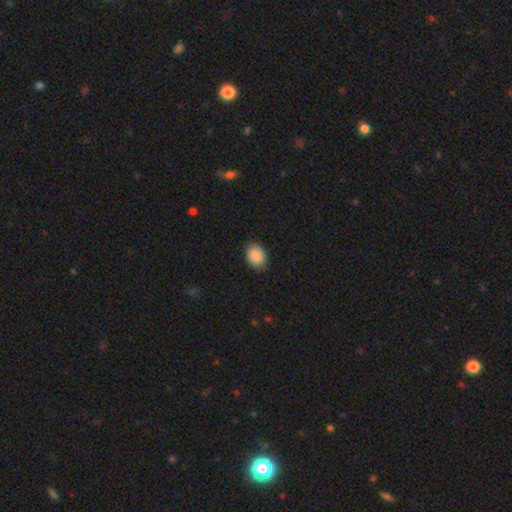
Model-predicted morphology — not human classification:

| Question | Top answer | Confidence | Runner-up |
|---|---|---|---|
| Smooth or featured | smooth | 89% | star or artifact (7%) |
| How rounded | in between | 58% | round (41%) |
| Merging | none | 87% | minor disturbance (10%) |